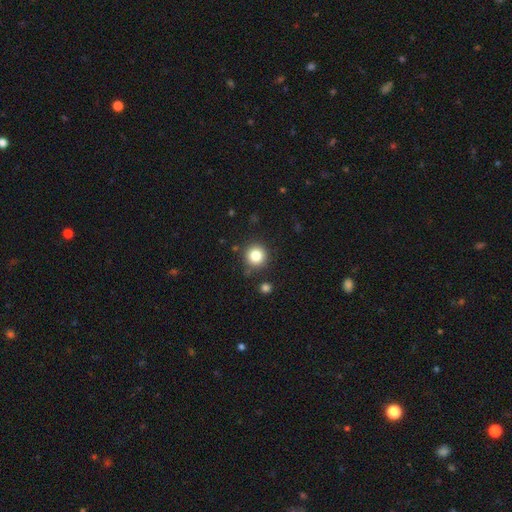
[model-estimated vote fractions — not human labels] Morphology: type=smooth (83%); roundness=round (94%); merging=none (86%).